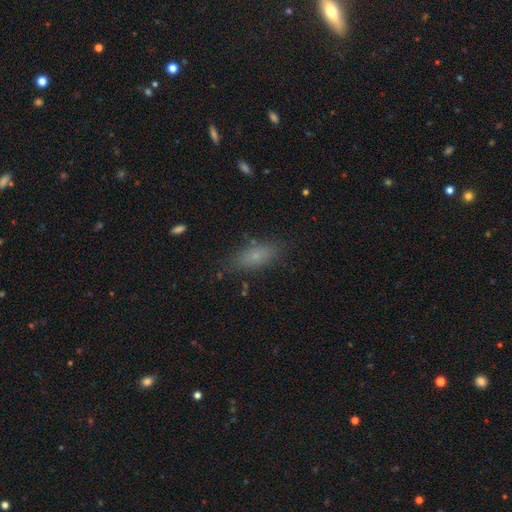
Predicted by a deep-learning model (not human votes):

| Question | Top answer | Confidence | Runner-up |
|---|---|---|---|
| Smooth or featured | smooth | 72% | featured or disk (15%) |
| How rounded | in between | 73% | cigar-shaped (22%) |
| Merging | none | 79% | minor disturbance (15%) |